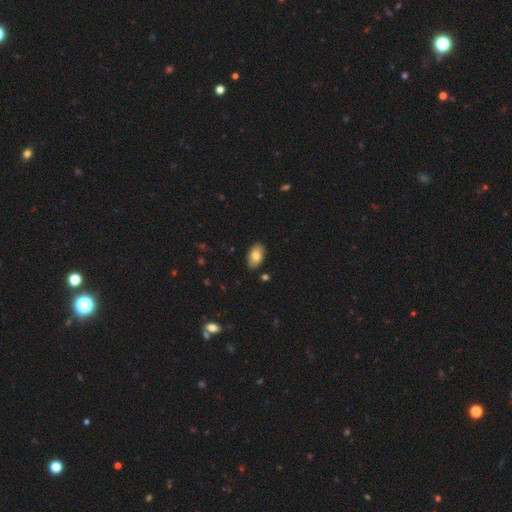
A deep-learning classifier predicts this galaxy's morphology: This appears to be a smooth galaxy with no disk features (80%) that is in between round and cigar-shaped (94%). Merging: none (89%).